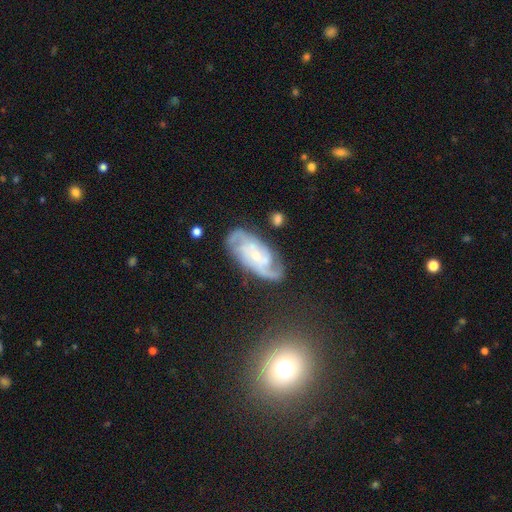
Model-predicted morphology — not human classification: Smooth or featured? featured or disk (85%)
Edge-on disk? no (95%)
Bar? no (61%)
Spiral arms? yes (96%)
Spiral winding? tight (46%)
Spiral arm count? 2 (36%)
Bulge size? small (67%)
Merging? none (72%)